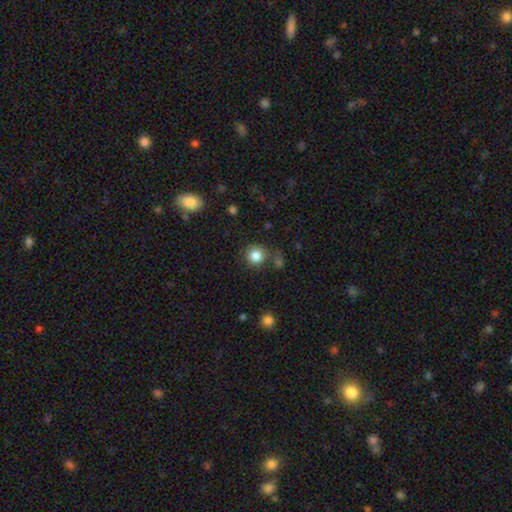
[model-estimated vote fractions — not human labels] smooth_or_featured: smooth (p=0.84) [alt: star or artifact p=0.10]
how_rounded: round (p=0.91) [alt: in between p=0.08]
merging: none (p=0.77) [alt: minor disturbance p=0.11]